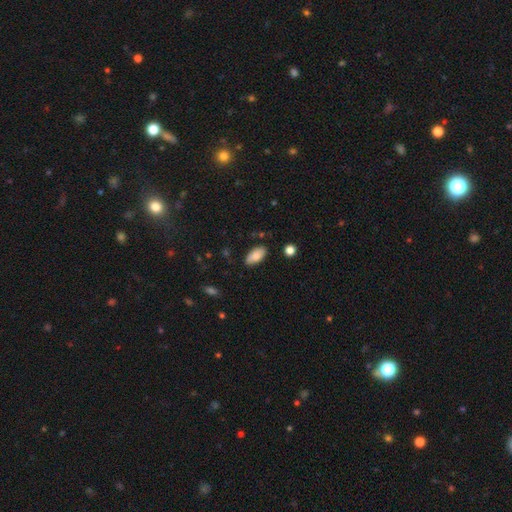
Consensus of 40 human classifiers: smooth_or_featured: smooth (p=0.80) [alt: featured or disk p=0.17]
how_rounded: in between (p=0.94) [alt: round p=0.06]
merging: none (p=0.79) [alt: minor disturbance p=0.18]